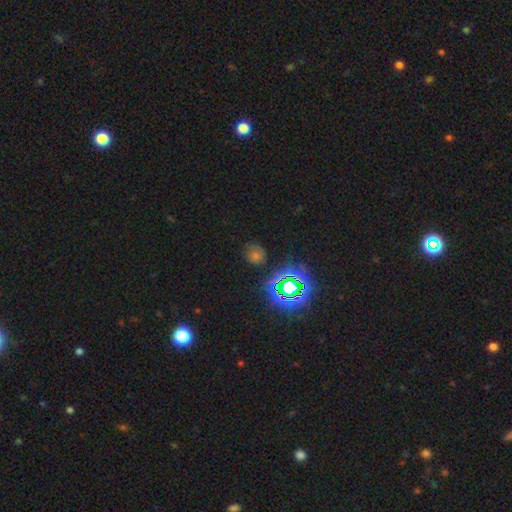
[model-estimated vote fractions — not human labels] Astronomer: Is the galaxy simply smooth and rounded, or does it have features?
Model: star or artifact — 48% (runner-up: smooth, 41%).